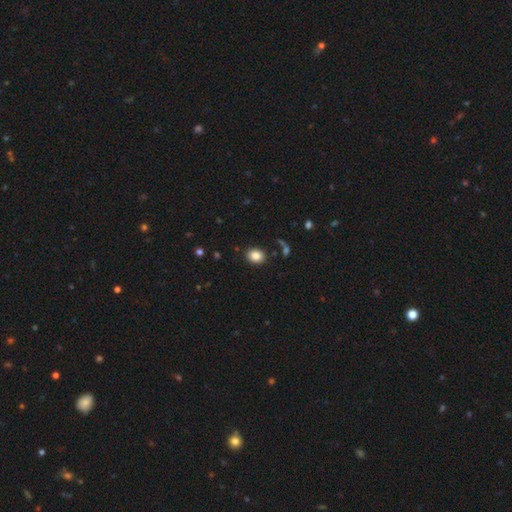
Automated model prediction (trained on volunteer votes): Q: Smooth or featured?
A: smooth (85%); runner-up: star or artifact (10%)
Q: How rounded?
A: in between (50%); runner-up: round (49%)
Q: Merging?
A: none (87%); runner-up: minor disturbance (8%)